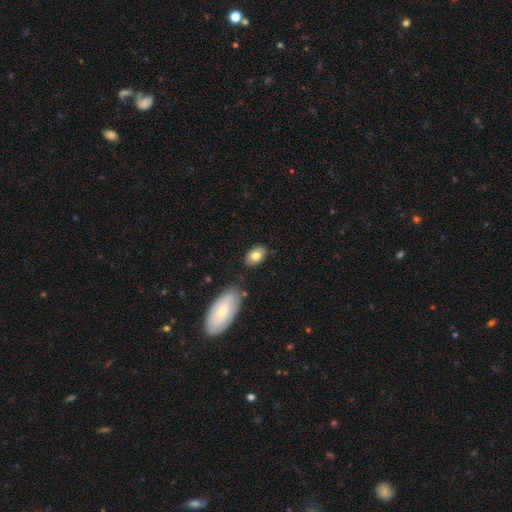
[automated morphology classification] Smooth or featured? smooth (77%)
How rounded? in between (84%)
Merging? none (79%)